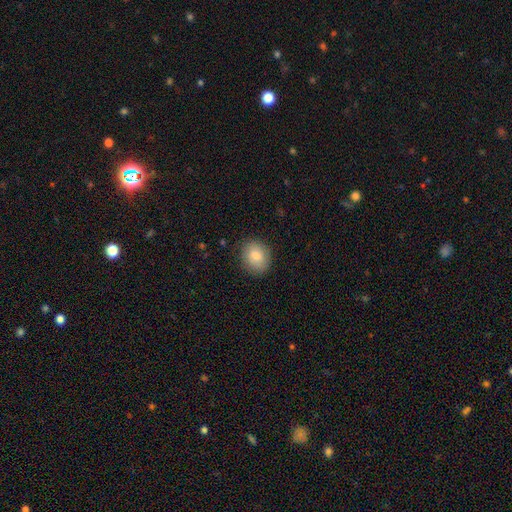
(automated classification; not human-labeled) smooth_or_featured: smooth (p=0.80) [alt: featured or disk p=0.12]
how_rounded: round (p=0.64) [alt: in between p=0.35]
merging: none (p=0.85) [alt: minor disturbance p=0.11]